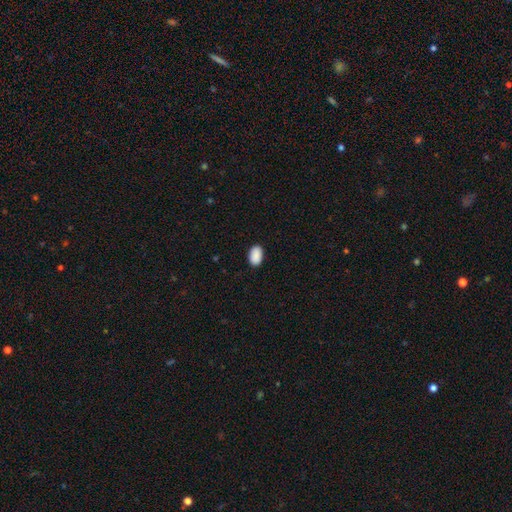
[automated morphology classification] Smooth or featured? Predicted: smooth (p=0.91). How rounded? Predicted: in between (p=0.91). Merging? Predicted: none (p=0.88).